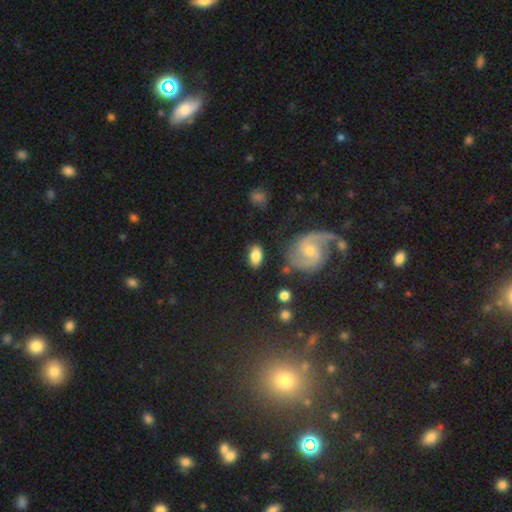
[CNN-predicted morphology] The model was most divided on "smooth or featured": smooth: 75%, featured or disk: 17%, star or artifact: 8%. More confident: how rounded — in between (90%); merging — none (77%).